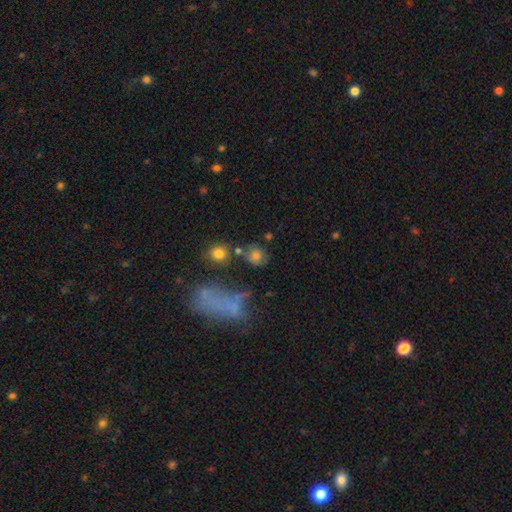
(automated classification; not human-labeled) Smooth or featured: smooth — 72% (star or artifact — 14%)
How rounded: round — 79% (in between — 19%)
Merging: none — 67% (minor disturbance — 14%)